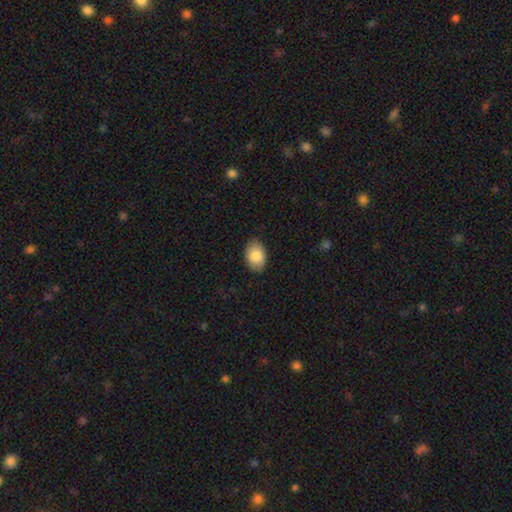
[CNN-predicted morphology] smooth_or_featured: smooth (p=0.86) [alt: featured or disk p=0.08]
how_rounded: in between (p=0.88) [alt: round p=0.11]
merging: none (p=0.86) [alt: minor disturbance p=0.11]